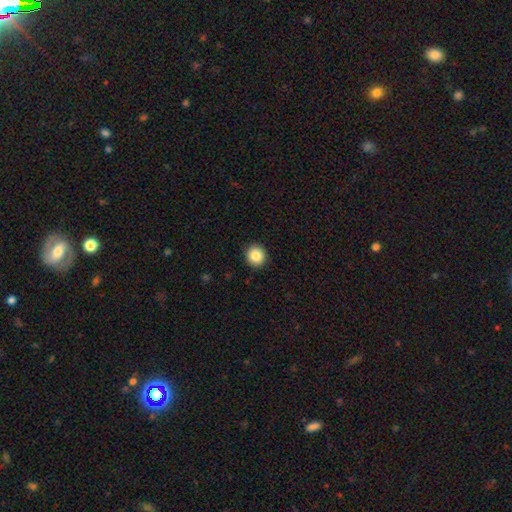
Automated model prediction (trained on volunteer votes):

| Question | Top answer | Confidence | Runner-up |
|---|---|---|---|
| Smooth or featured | smooth | 86% | star or artifact (9%) |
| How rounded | round | 91% | in between (8%) |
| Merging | none | 93% | minor disturbance (5%) |